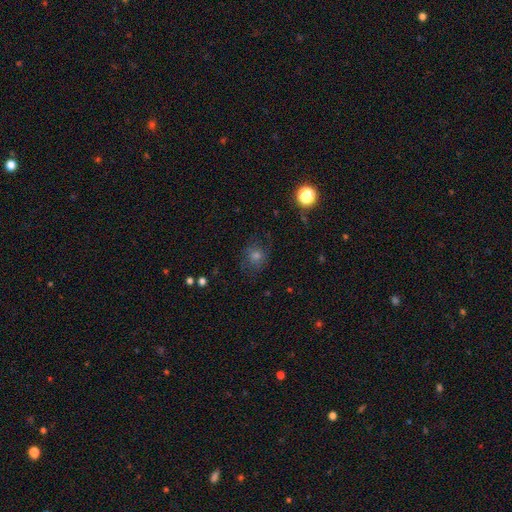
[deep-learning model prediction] Smooth or featured? Predicted: smooth (p=0.58). How rounded? Predicted: round (p=0.81). Merging? Predicted: none (p=0.74).